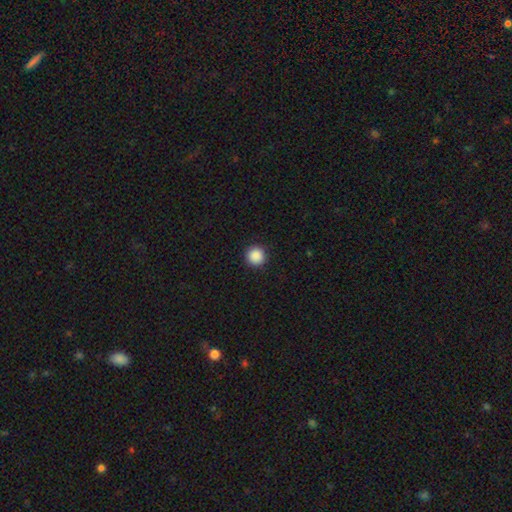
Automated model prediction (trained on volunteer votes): Overall: smooth (89%). How rounded: round (96%). Merging: none (92%).